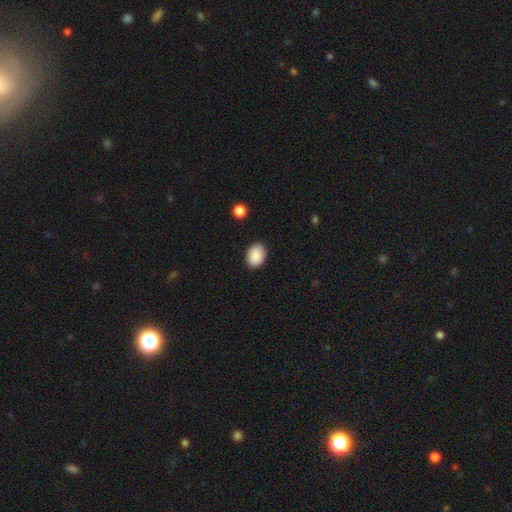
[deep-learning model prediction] The model was most divided on "how rounded": in between: 74%, round: 25%, cigar-shaped: 1%. More confident: smooth or featured — smooth (89%); merging — none (88%).